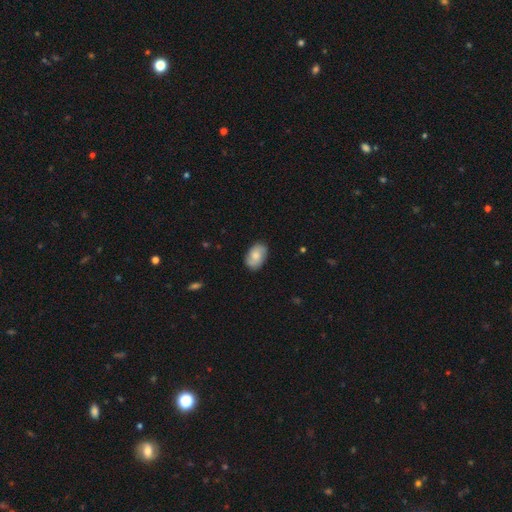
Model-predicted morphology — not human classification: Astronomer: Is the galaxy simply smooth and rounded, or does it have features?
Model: smooth — 68%.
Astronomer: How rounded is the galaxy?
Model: in between — 88%.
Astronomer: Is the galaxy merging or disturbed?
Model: none — 81%.